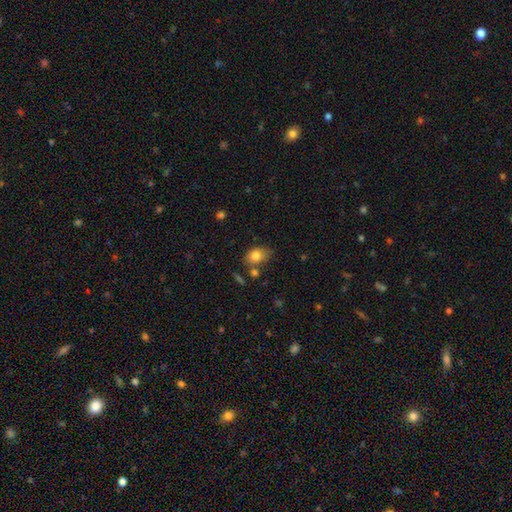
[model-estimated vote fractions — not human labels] A smooth galaxy with no disk features (80%) that is in between round and cigar-shaped (79%).

Vote fractions:
- Smooth or featured? smooth: 80% / featured or disk: 11% / star or artifact: 8%
- How rounded? in between: 79% / round: 20% / cigar-shaped: 1%
- Merging? none: 58% / minor disturbance: 25% / merger: 10% / major disturbance: 7%